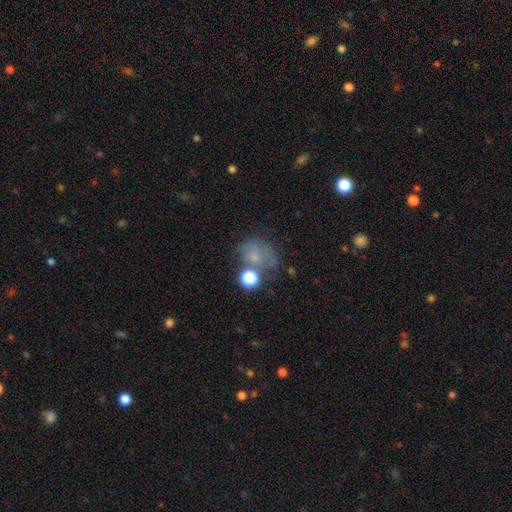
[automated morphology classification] Smooth or featured?
  - smooth: 58% *
  - star or artifact: 21%
  - featured or disk: 21%
How rounded?
  - round: 57% *
  - in between: 42%
  - cigar-shaped: 1%
Merging?
  - none: 40% *
  - minor disturbance: 21%
  - major disturbance: 21%
  - merger: 18%